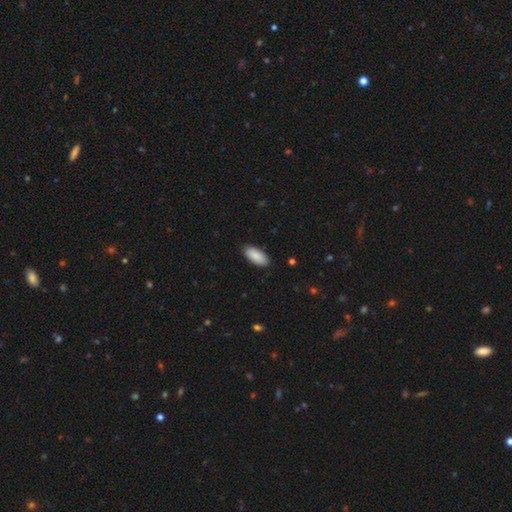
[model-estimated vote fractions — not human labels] Smooth or featured?
  - smooth: 90% *
  - star or artifact: 6%
  - featured or disk: 4%
How rounded?
  - in between: 92% *
  - cigar-shaped: 7%
  - round: 2%
Merging?
  - none: 88% *
  - minor disturbance: 9%
  - major disturbance: 2%
  - merger: 1%